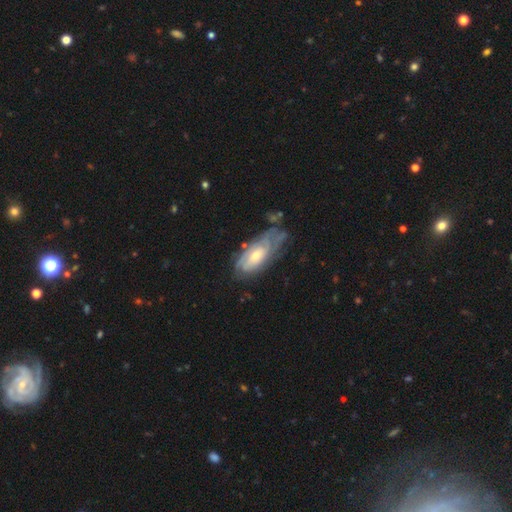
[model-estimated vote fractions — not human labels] Q: Smooth or featured?
A: featured or disk (74%); runner-up: smooth (20%)
Q: Edge-on disk?
A: no (91%); runner-up: yes (9%)
Q: Bar?
A: no (64%); runner-up: weak (29%)
Q: Spiral arms?
A: yes (86%); runner-up: no (14%)
Q: Spiral winding?
A: tight (69%); runner-up: medium (24%)
Q: Spiral arm count?
A: can't tell (58%); runner-up: 2 (20%)
Q: Bulge size?
A: moderate (57%); runner-up: small (33%)
Q: Merging?
A: none (53%); runner-up: minor disturbance (28%)